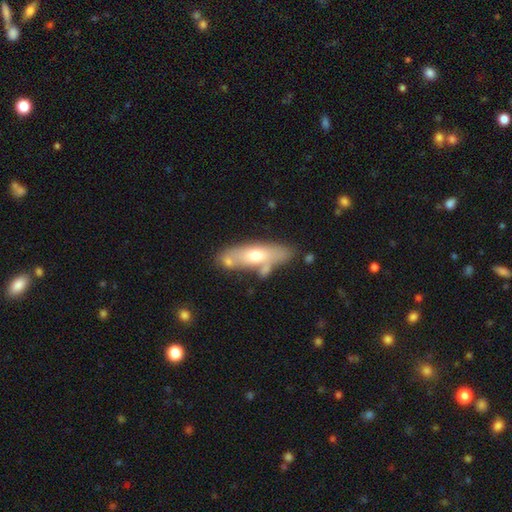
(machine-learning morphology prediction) type=smooth (54%); roundness=in between (52%); merging=none (60%).